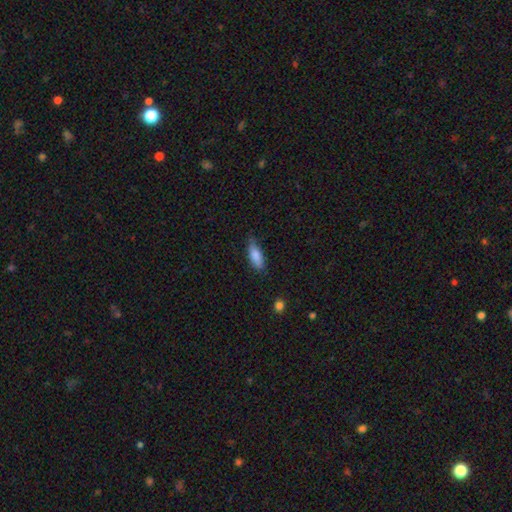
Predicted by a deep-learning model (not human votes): Smooth or featured: smooth — 82% (featured or disk — 11%)
How rounded: in between — 70% (cigar-shaped — 28%)
Merging: none — 65% (minor disturbance — 28%)